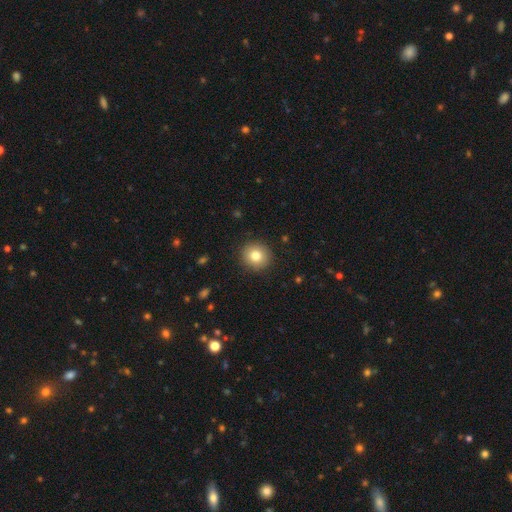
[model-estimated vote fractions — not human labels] Morphology: type=smooth (81%); roundness=round (91%); merging=none (91%).